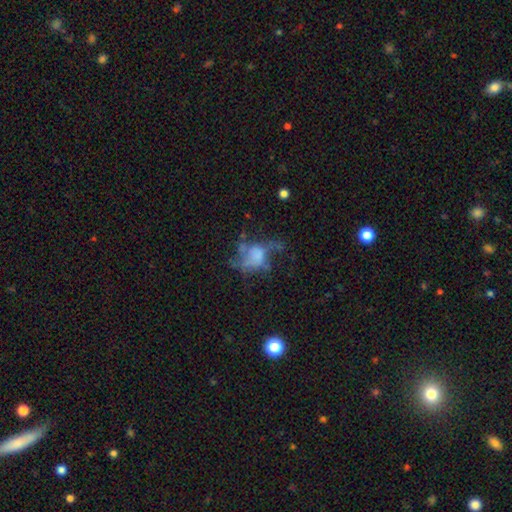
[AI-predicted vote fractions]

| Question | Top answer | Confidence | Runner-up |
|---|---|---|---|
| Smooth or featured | featured or disk | 51% | smooth (35%) |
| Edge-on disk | no | 97% | yes (3%) |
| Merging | major disturbance | 44% | none (32%) |